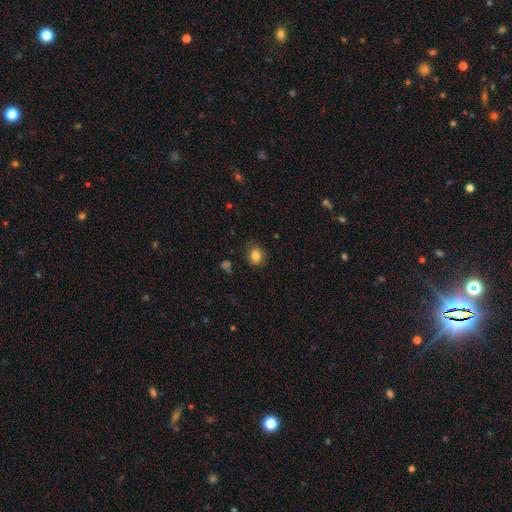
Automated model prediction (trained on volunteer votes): A smooth galaxy with no disk features (82%) that is round (64%).

Vote fractions:
- Smooth or featured? smooth: 82% / star or artifact: 11% / featured or disk: 8%
- How rounded? round: 64% / in between: 35% / cigar-shaped: 1%
- Merging? none: 84% / minor disturbance: 12% / major disturbance: 3% / merger: 1%